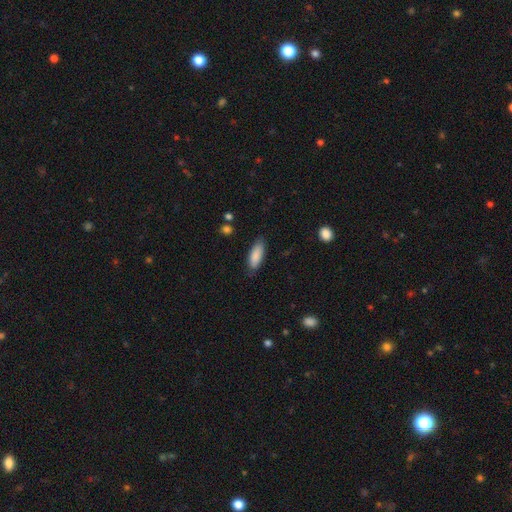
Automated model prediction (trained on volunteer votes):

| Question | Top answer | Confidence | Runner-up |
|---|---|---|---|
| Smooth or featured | smooth | 87% | featured or disk (7%) |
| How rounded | in between | 72% | cigar-shaped (27%) |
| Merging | none | 80% | minor disturbance (16%) |